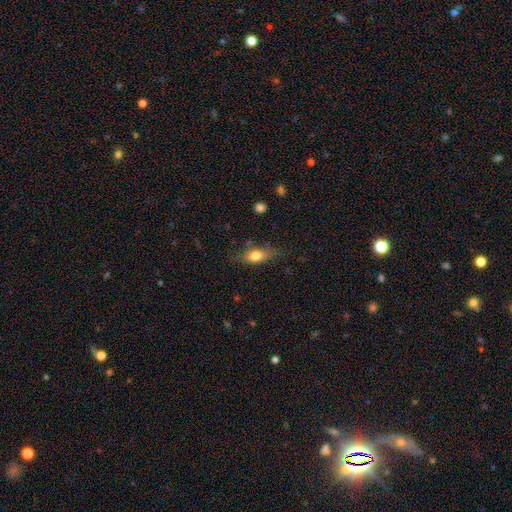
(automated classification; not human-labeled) A smooth galaxy with no disk features (72%) that is in between round and cigar-shaped (72%).

Vote fractions:
- Smooth or featured? smooth: 72% / featured or disk: 20% / star or artifact: 8%
- How rounded? in between: 72% / cigar-shaped: 21% / round: 7%
- Merging? none: 66% / minor disturbance: 24% / major disturbance: 8% / merger: 3%